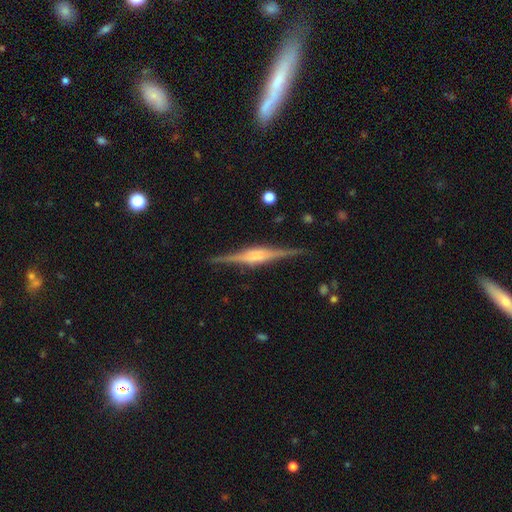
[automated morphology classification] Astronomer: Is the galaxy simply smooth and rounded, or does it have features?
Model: featured or disk — 84%.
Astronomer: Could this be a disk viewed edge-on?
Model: yes — 98%.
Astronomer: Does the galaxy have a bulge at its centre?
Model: rounded — 58% (runner-up: boxy, 36%).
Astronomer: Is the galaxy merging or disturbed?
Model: none — 87%.